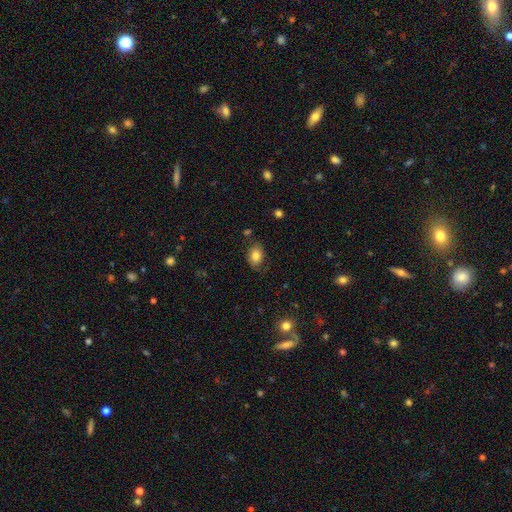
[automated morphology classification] Q: Smooth or featured?
A: smooth (80%); runner-up: featured or disk (11%)
Q: How rounded?
A: in between (78%); runner-up: round (21%)
Q: Merging?
A: none (73%); runner-up: minor disturbance (20%)